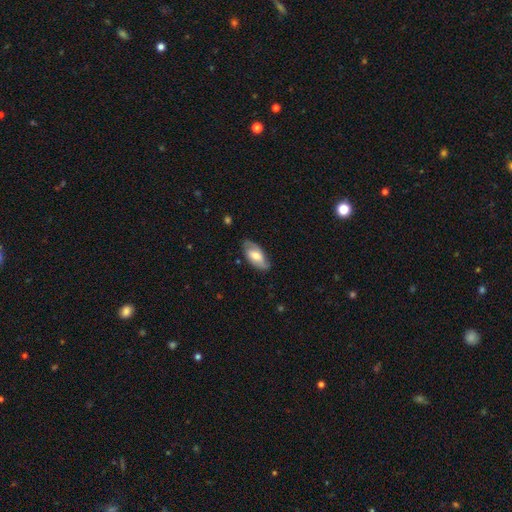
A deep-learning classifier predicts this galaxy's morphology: Smooth or featured: featured or disk — 54% (smooth — 40%)
Edge-on disk: no — 88% (yes — 12%)
Merging: none — 75% (minor disturbance — 19%)